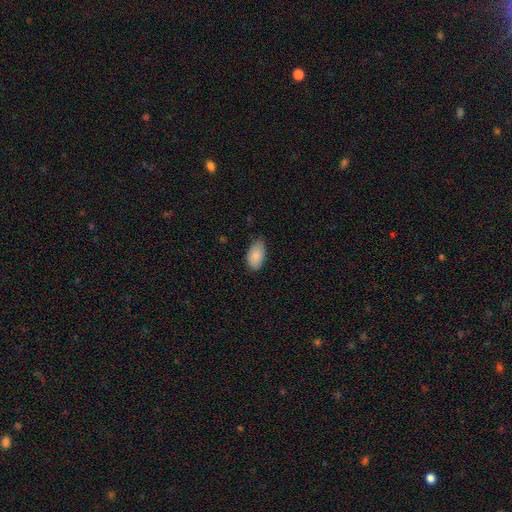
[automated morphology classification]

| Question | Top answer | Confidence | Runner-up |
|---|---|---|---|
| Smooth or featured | smooth | 88% | star or artifact (7%) |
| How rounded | in between | 94% | round (4%) |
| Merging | none | 73% | minor disturbance (23%) |